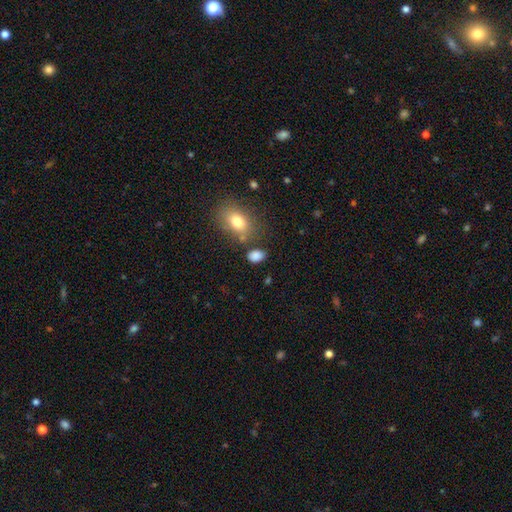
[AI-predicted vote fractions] smooth 84%, star or artifact 10%, featured or disk 6%. Down the decision tree: how rounded — in between (82%); merging — none (70%).